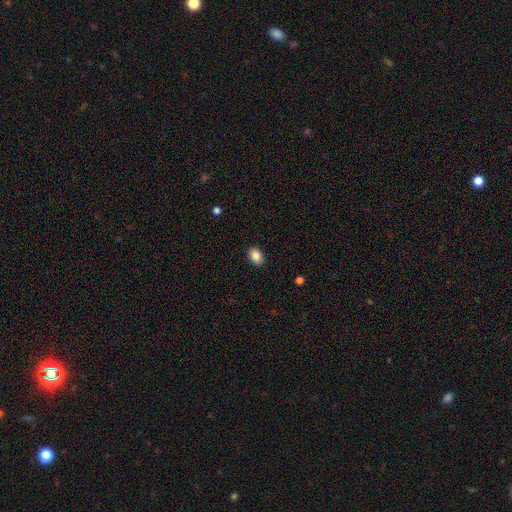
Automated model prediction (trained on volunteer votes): The model was most divided on "how rounded": in between: 77%, round: 22%, cigar-shaped: 1%. More confident: merging — none (89%); smooth or featured — smooth (87%).